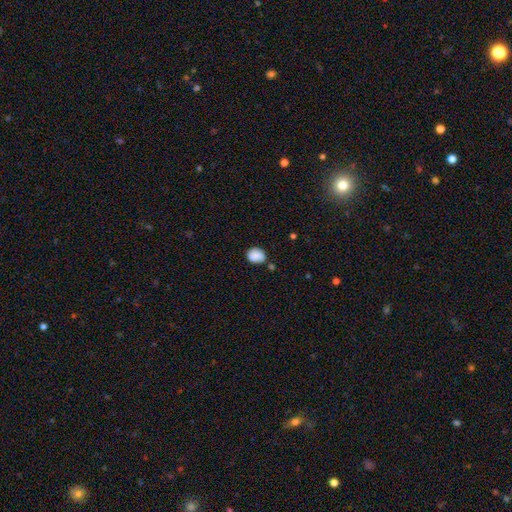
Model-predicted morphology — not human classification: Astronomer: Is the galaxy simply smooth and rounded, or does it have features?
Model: smooth — 87%.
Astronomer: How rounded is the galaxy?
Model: round — 52% (runner-up: in between, 47%).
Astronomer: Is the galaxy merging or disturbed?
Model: none — 70%.